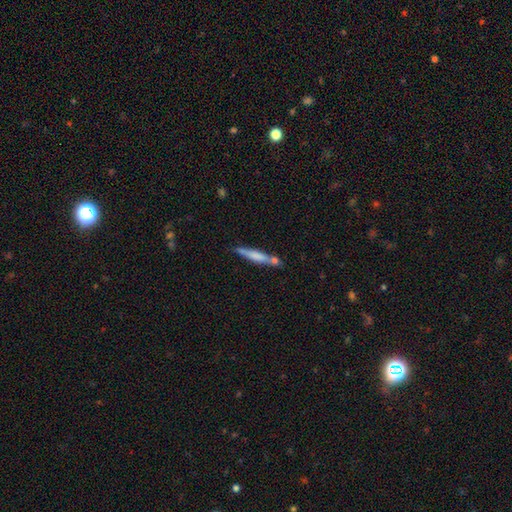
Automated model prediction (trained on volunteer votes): smooth-or-featured: smooth: 60% | featured or disk: 34% | star or artifact: 6%
  how-rounded: cigar-shaped: 92% | in between: 6% | round: 2%
  merging: none: 65% | minor disturbance: 16% | merger: 15% | major disturbance: 4%